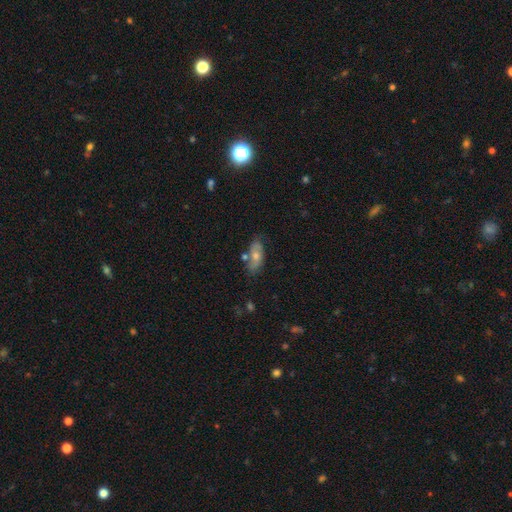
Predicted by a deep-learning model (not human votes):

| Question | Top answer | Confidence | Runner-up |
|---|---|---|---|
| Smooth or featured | smooth | 59% | featured or disk (33%) |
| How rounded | in between | 82% | cigar-shaped (13%) |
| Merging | none | 60% | minor disturbance (21%) |